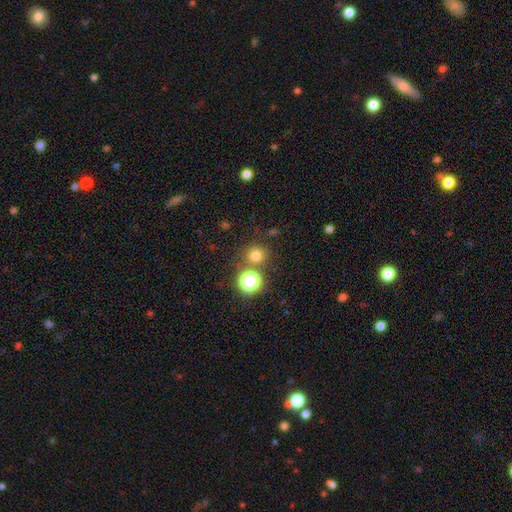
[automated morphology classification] Smooth or featured?
  - smooth: 72% *
  - star or artifact: 21%
  - featured or disk: 7%
How rounded?
  - round: 91% *
  - in between: 8%
  - cigar-shaped: 1%
Merging?
  - none: 76% *
  - merger: 13%
  - minor disturbance: 8%
  - major disturbance: 3%